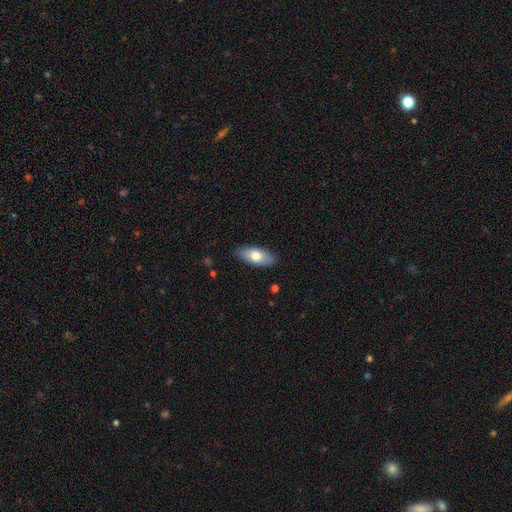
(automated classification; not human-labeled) Smooth or featured? Predicted: smooth (p=0.73). How rounded? Predicted: in between (p=0.86). Merging? Predicted: none (p=0.86).